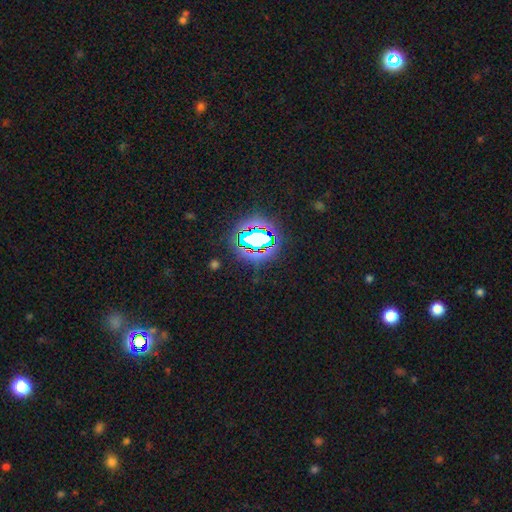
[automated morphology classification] A star or artifact, not a galaxy (71%).